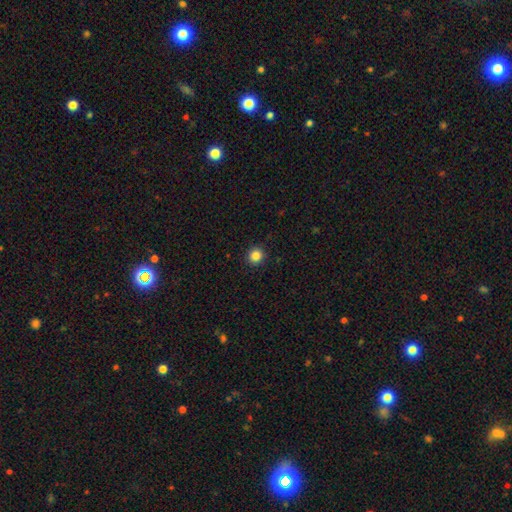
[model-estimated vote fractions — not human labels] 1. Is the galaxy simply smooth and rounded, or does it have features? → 85% smooth, 11% star or artifact, 4% featured or disk.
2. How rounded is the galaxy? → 92% round, 7% in between, 1% cigar-shaped.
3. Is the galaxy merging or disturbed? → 92% none, 5% minor disturbance, 2% major disturbance, 1% merger.